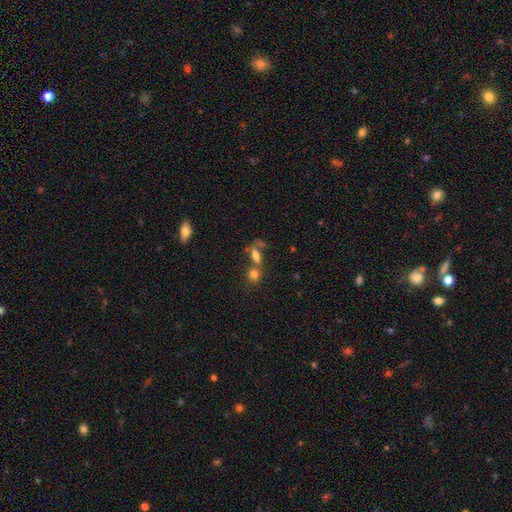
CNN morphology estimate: type=smooth (68%); roundness=in between (69%); merging=merger (48%).